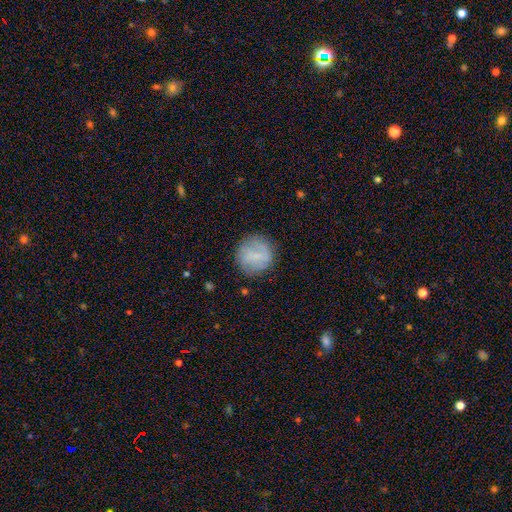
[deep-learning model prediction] Smooth or featured? Predicted: smooth (p=0.59). How rounded? Predicted: round (p=0.90). Merging? Predicted: none (p=0.79).